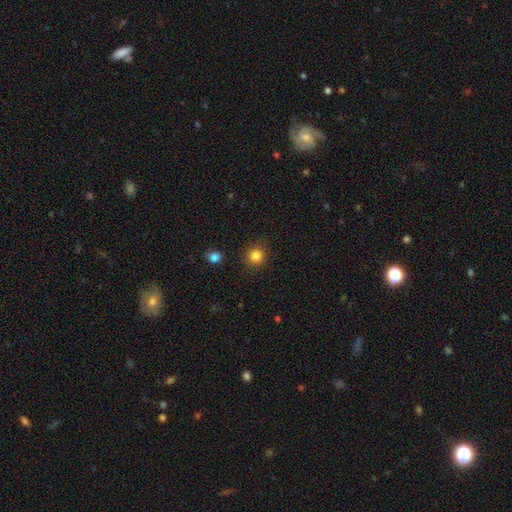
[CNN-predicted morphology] This appears to be a smooth galaxy with no disk features (84%) that is round (93%). Merging: none (90%).